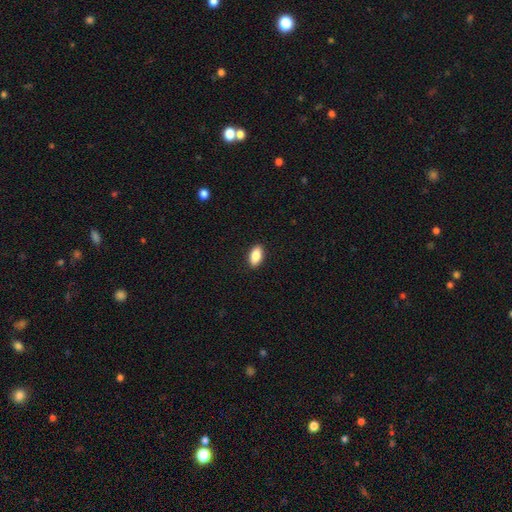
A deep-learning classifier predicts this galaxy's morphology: smooth_or_featured: smooth (p=0.85) [alt: featured or disk p=0.08]
how_rounded: in between (p=0.90) [alt: cigar-shaped p=0.06]
merging: none (p=0.90) [alt: minor disturbance p=0.07]